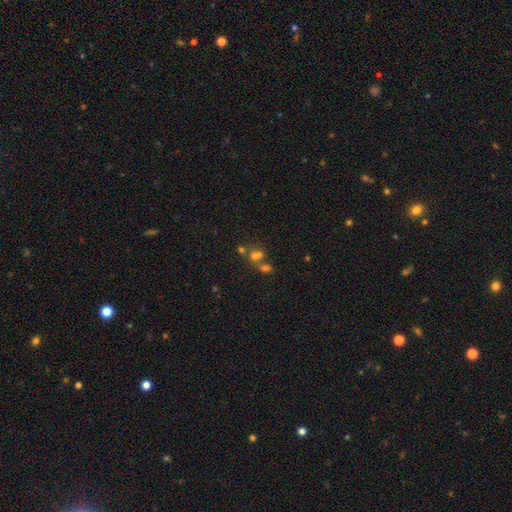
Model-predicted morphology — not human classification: Smooth or featured? smooth (57%)
How rounded? round (61%)
Merging? merger (58%)